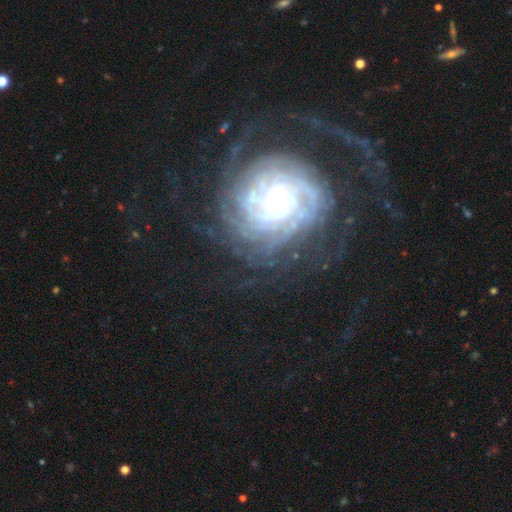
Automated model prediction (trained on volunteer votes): Q: Smooth or featured?
A: featured or disk (85%); runner-up: star or artifact (9%)
Q: Edge-on disk?
A: no (97%); runner-up: yes (3%)
Q: Bar?
A: no (53%); runner-up: weak (29%)
Q: Spiral arms?
A: yes (96%); runner-up: no (4%)
Q: Spiral winding?
A: tight (72%); runner-up: medium (21%)
Q: Spiral arm count?
A: can't tell (31%); runner-up: 2 (17%)
Q: Bulge size?
A: small (45%); runner-up: moderate (42%)
Q: Merging?
A: none (66%); runner-up: major disturbance (19%)